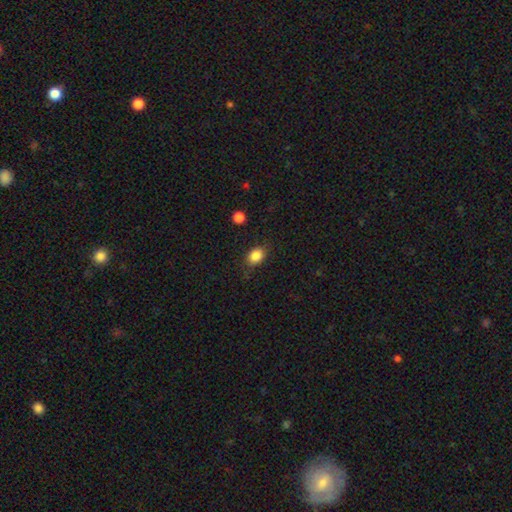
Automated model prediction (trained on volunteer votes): Morphology: type=smooth (85%); roundness=in between (64%); merging=none (78%).